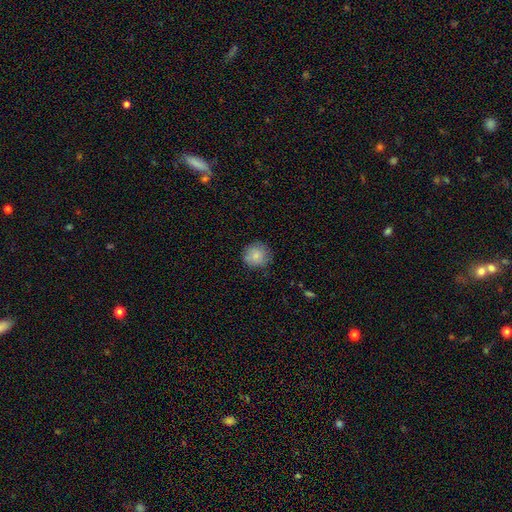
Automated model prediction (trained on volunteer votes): Smooth or featured? smooth (82%)
How rounded? round (90%)
Merging? none (81%)